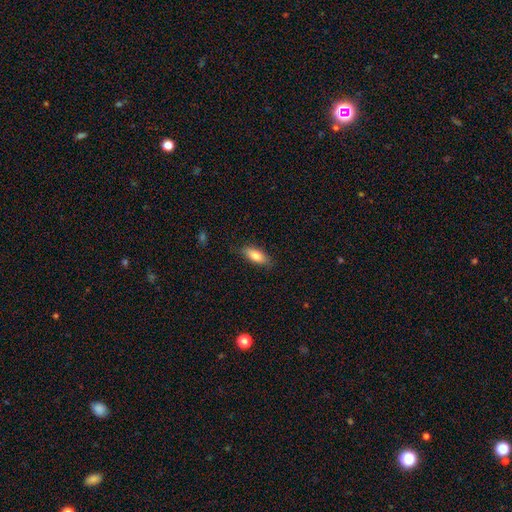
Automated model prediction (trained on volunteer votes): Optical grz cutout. It shows a smooth galaxy with no disk features (79%) that is in between round and cigar-shaped (75%). Merging: none (82%).